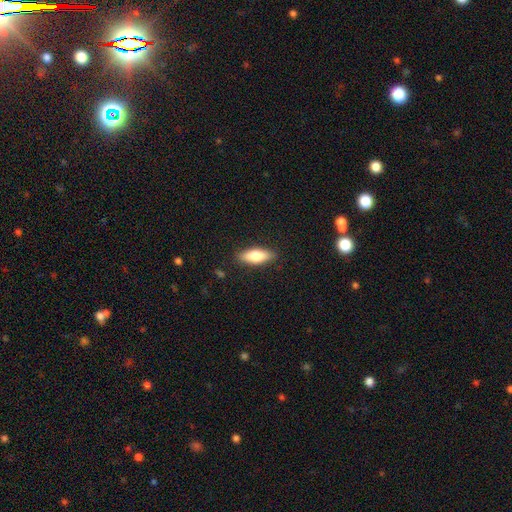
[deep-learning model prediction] Smooth or featured? Predicted: smooth (p=0.76). How rounded? Predicted: in between (p=0.67). Merging? Predicted: none (p=0.87).